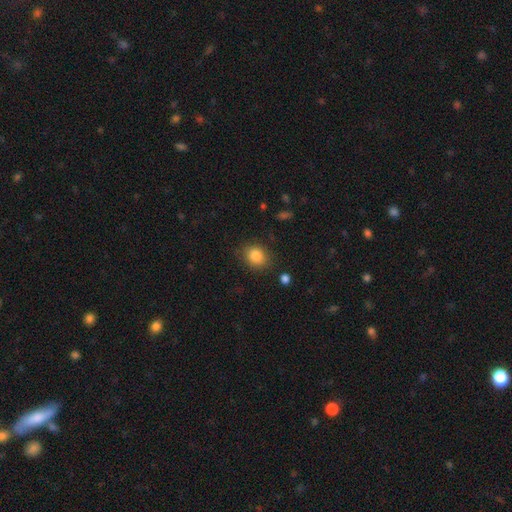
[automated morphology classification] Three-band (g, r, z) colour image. It shows a smooth galaxy with no disk features (84%) that is round (63%). Merging: none (83%).